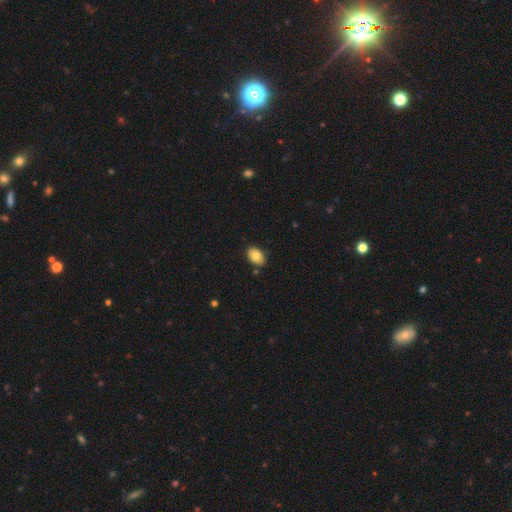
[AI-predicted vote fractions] This is clearly a smooth galaxy (82%). How rounded: clearly in between (85%). Merging: clearly none (84%).